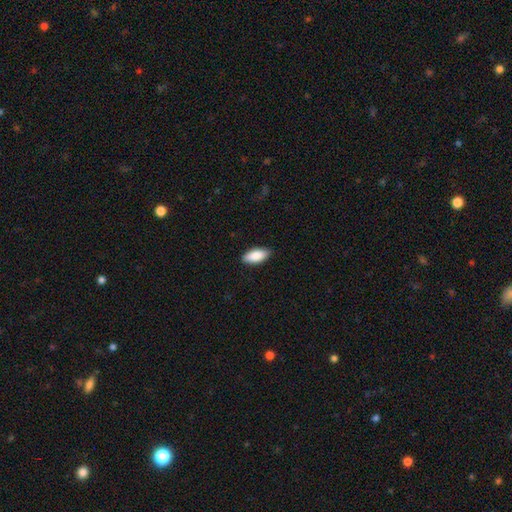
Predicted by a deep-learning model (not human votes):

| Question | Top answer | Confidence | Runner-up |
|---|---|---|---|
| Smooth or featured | smooth | 88% | featured or disk (7%) |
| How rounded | in between | 89% | cigar-shaped (9%) |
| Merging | none | 87% | minor disturbance (10%) |